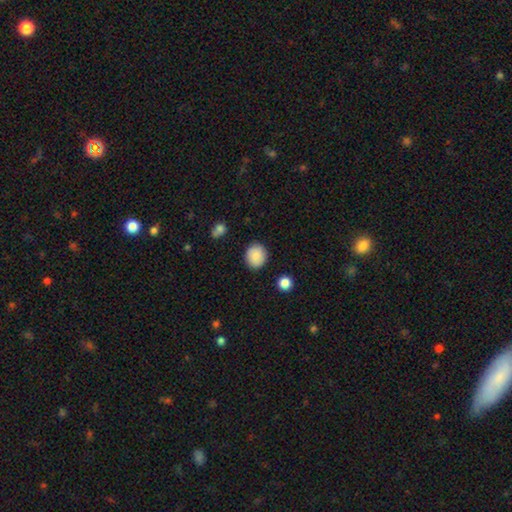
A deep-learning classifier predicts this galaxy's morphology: This is clearly a smooth galaxy (87%). How rounded: likely round (78%). Merging: clearly none (88%).